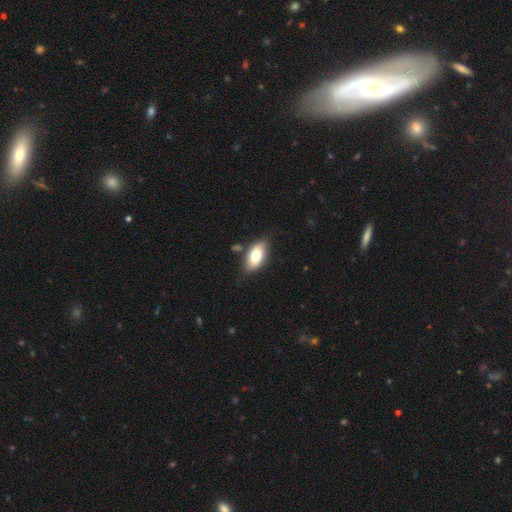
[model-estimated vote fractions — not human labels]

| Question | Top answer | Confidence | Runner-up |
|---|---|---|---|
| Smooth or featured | smooth | 76% | featured or disk (17%) |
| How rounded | in between | 91% | cigar-shaped (5%) |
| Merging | none | 76% | minor disturbance (17%) |